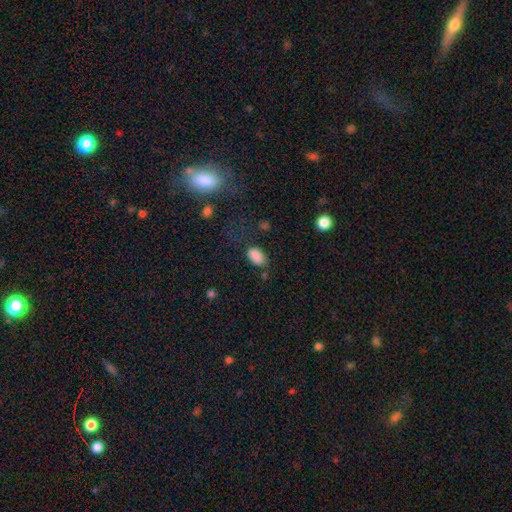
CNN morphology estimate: The model was most divided on "merging": none: 69%, minor disturbance: 20%, major disturbance: 7%, merger: 4%. More confident: how rounded — in between (90%); smooth or featured — smooth (86%).